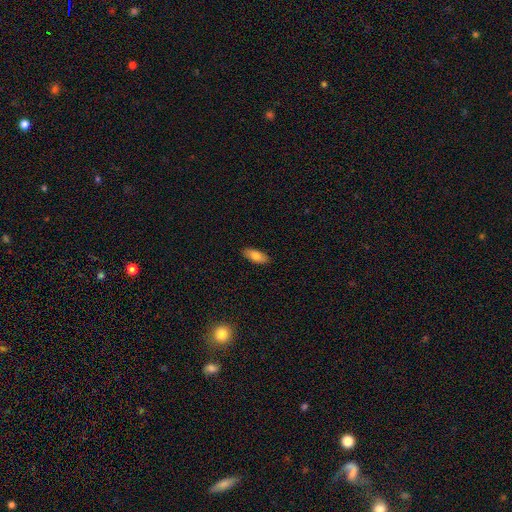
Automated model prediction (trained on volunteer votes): Q: Smooth or featured?
A: smooth (80%); runner-up: featured or disk (13%)
Q: How rounded?
A: in between (84%); runner-up: cigar-shaped (13%)
Q: Merging?
A: none (89%); runner-up: minor disturbance (8%)